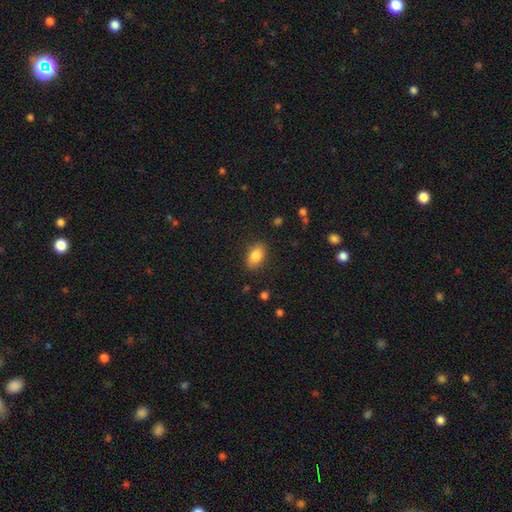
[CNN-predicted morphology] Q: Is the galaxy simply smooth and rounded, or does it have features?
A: smooth — 84%.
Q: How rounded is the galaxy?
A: in between — 89%.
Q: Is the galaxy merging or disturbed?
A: none — 86%.